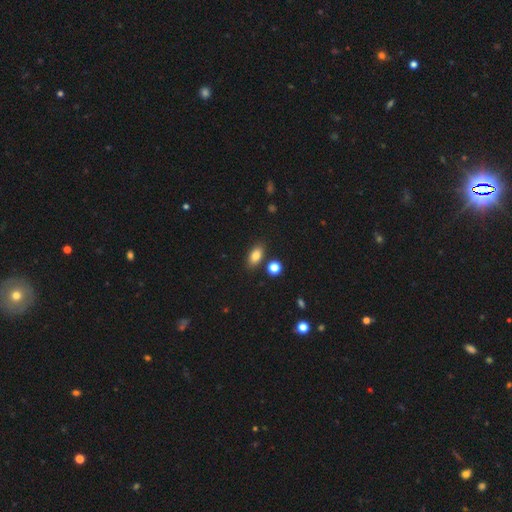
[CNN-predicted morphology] A smooth galaxy with no disk features (83%) that is in between round and cigar-shaped (86%).

Vote fractions:
- Smooth or featured? smooth: 83% / star or artifact: 9% / featured or disk: 8%
- How rounded? in between: 86% / round: 9% / cigar-shaped: 5%
- Merging? none: 82% / minor disturbance: 10% / merger: 5% / major disturbance: 3%